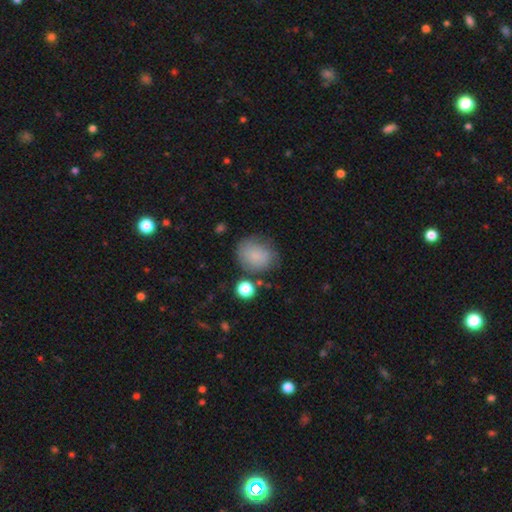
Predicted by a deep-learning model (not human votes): The model was most divided on "how rounded": round: 66%, in between: 33%, cigar-shaped: 1%. More confident: smooth or featured — smooth (79%); merging — none (64%).